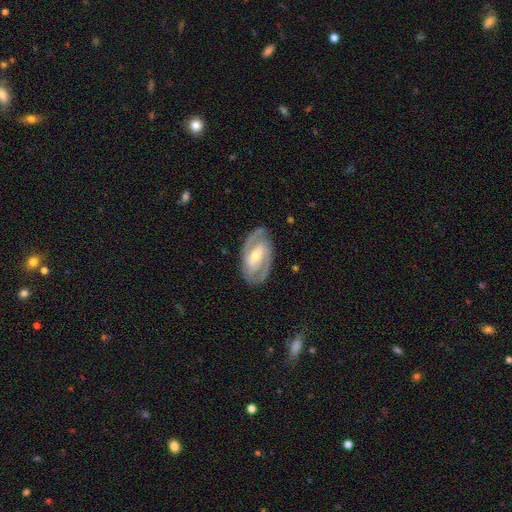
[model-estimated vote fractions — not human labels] Smooth or featured? Predicted: featured or disk (p=0.86). Edge-on disk? Predicted: no (p=0.95). Bar? Predicted: strong (p=0.43). Spiral arms? Predicted: yes (p=0.94). Spiral winding? Predicted: medium (p=0.45, tied with tight). Spiral arm count? Predicted: 2 (p=0.87). Bulge size? Predicted: moderate (p=0.48). Merging? Predicted: none (p=0.83).